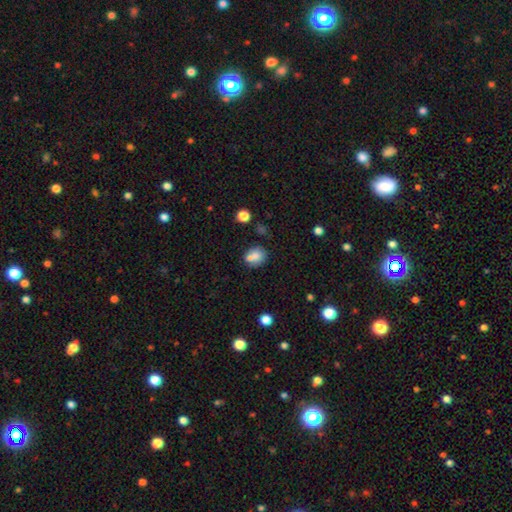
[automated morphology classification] smooth 75%, featured or disk 14%, star or artifact 11%. Down the decision tree: how rounded — round (61%); merging — none (52%).